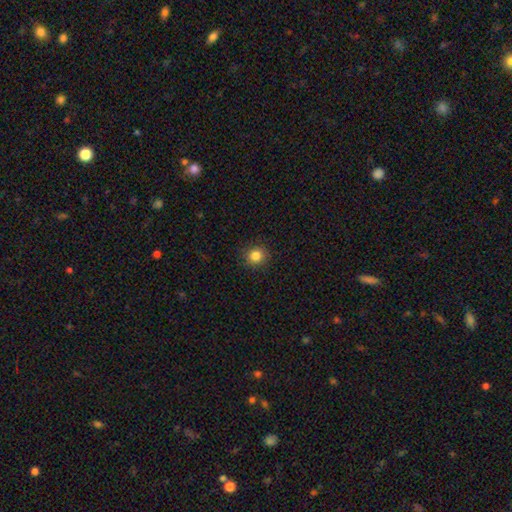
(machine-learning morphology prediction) smooth_or_featured: smooth (p=0.84) [alt: star or artifact p=0.11]
how_rounded: round (p=0.91) [alt: in between p=0.08]
merging: none (p=0.91) [alt: minor disturbance p=0.06]